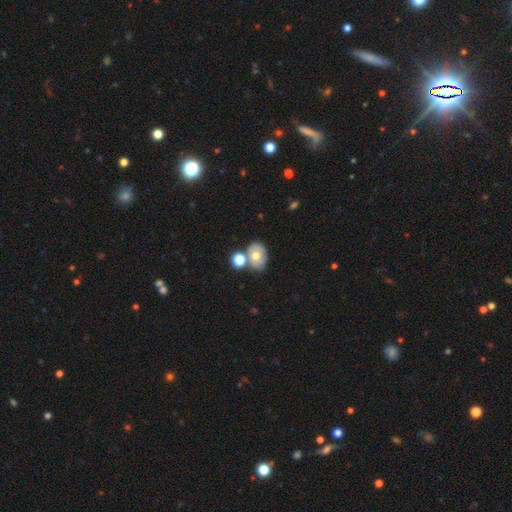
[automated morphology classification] type=smooth (52%); roundness=in between (61%); merging=none (53%).